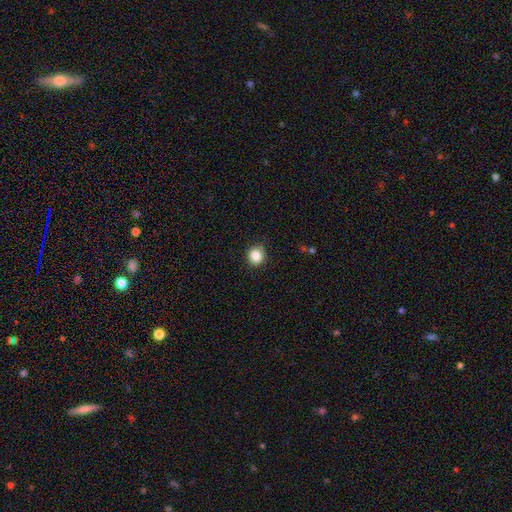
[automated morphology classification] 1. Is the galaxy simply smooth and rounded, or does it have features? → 85% smooth, 10% star or artifact, 5% featured or disk.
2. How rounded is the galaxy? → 83% round, 16% in between, 1% cigar-shaped.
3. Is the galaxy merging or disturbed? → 84% none, 12% minor disturbance, 3% major disturbance, 1% merger.